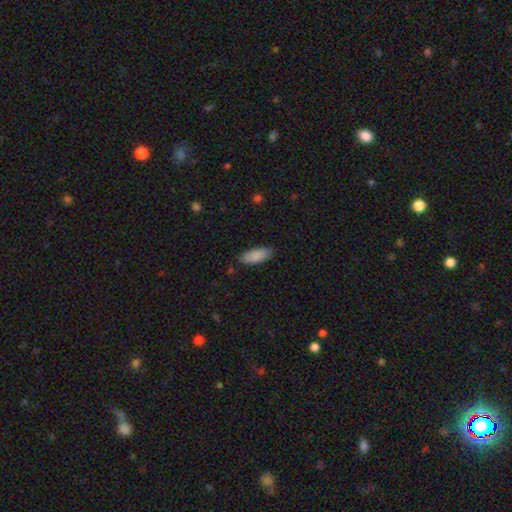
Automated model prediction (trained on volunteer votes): A smooth galaxy with no disk features (89%) that is in between round and cigar-shaped (75%). Merging: none (86%).